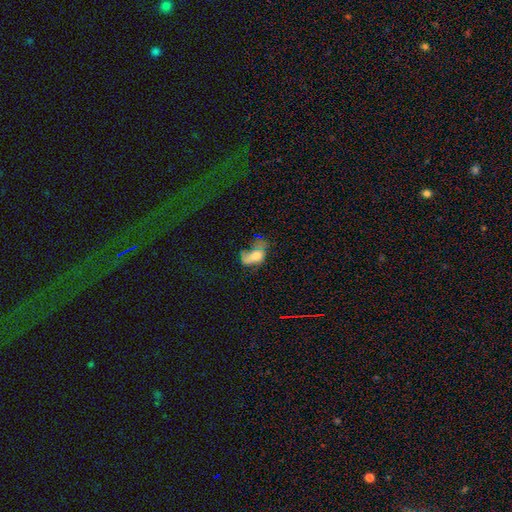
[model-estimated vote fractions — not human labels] This is possibly a smooth galaxy (58%). How rounded: clearly in between (82%). Merging: possibly major disturbance (48%).